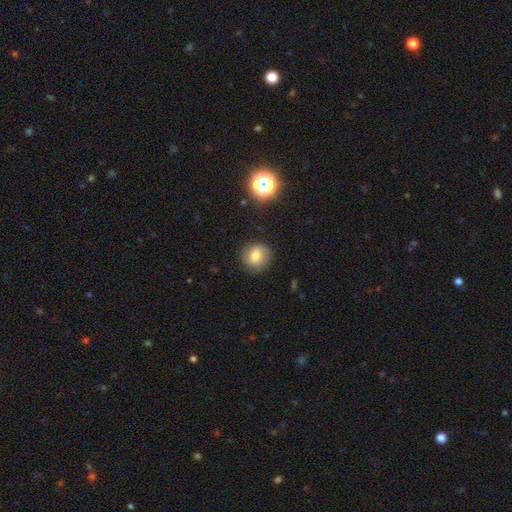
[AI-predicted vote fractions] A smooth galaxy with no disk features (69%) that is round (88%).

Vote fractions:
- Smooth or featured? smooth: 69% / featured or disk: 18% / star or artifact: 13%
- How rounded? round: 88% / in between: 11% / cigar-shaped: 1%
- Merging? none: 84% / minor disturbance: 12% / major disturbance: 3% / merger: 1%